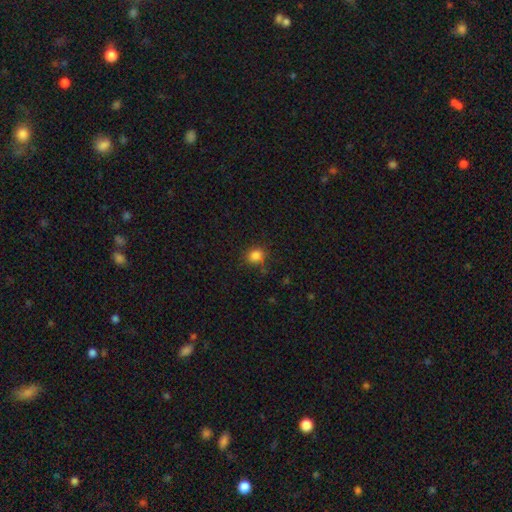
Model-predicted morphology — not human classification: This appears to be a smooth galaxy with no disk features (83%) that is round (74%). Merging: none (81%).